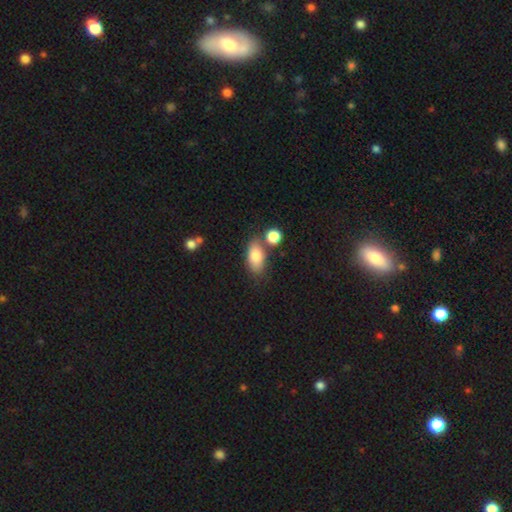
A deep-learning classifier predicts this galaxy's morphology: A smooth galaxy with no disk features (80%) that is in between round and cigar-shaped (89%). Merging: none (67%).